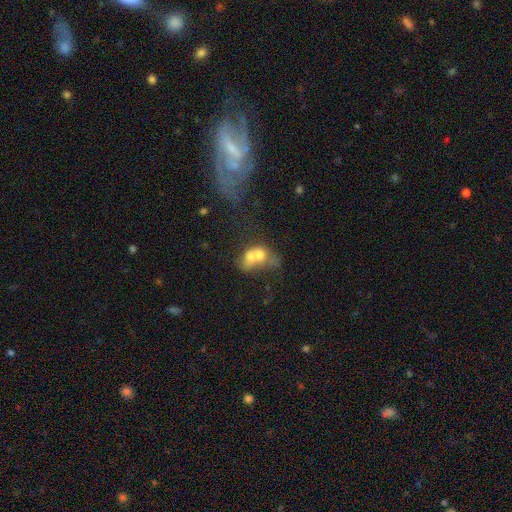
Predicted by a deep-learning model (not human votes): This is possibly a smooth galaxy (59%). How rounded: possibly in between (53%). Merging: likely merger (75%).